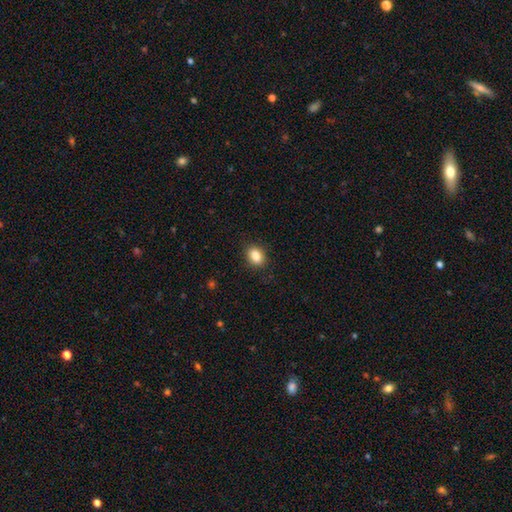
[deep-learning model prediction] The model was most divided on "how rounded": in between: 66%, round: 33%, cigar-shaped: 1%. More confident: merging — none (88%); smooth or featured — smooth (86%).